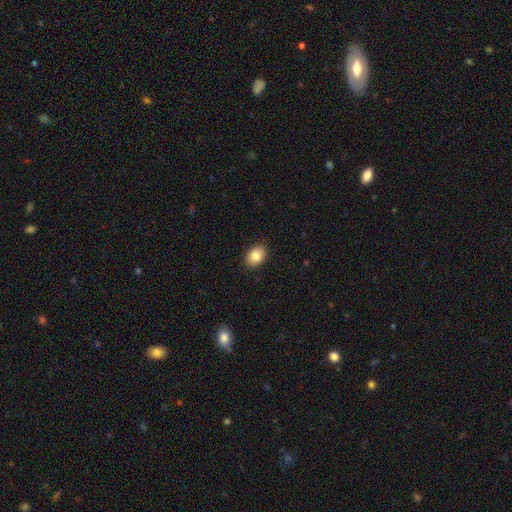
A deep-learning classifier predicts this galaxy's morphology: Smooth or featured? Predicted: smooth (p=0.84). How rounded? Predicted: in between (p=0.77). Merging? Predicted: none (p=0.90).